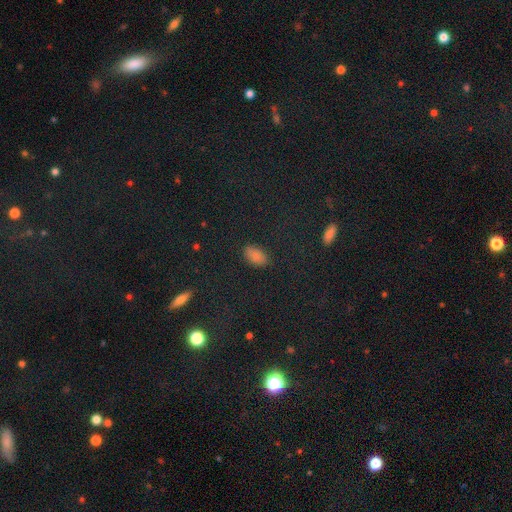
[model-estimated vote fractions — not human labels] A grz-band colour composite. It shows a smooth galaxy with no disk features (78%) that is in between round and cigar-shaped (93%). Merging: none (84%).